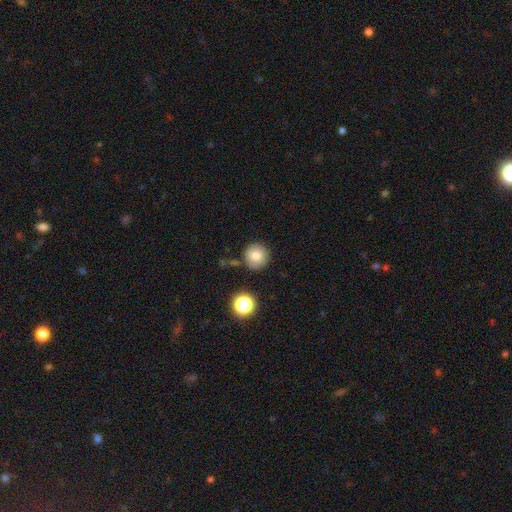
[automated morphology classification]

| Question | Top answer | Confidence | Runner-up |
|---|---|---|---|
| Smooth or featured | smooth | 79% | star or artifact (11%) |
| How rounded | round | 94% | in between (5%) |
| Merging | none | 83% | minor disturbance (10%) |